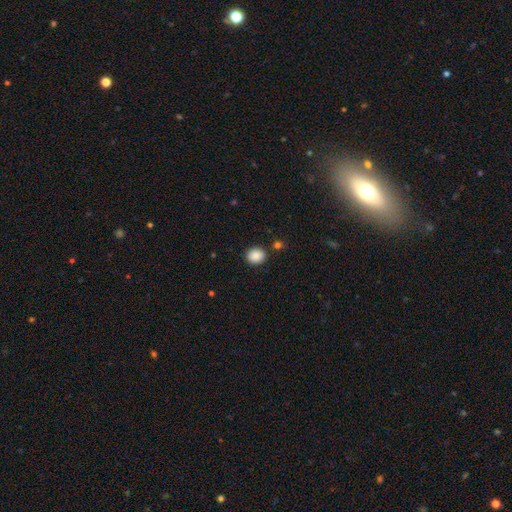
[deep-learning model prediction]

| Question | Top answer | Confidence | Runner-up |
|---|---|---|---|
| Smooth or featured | smooth | 88% | star or artifact (9%) |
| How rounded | round | 70% | in between (29%) |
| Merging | none | 86% | minor disturbance (8%) |